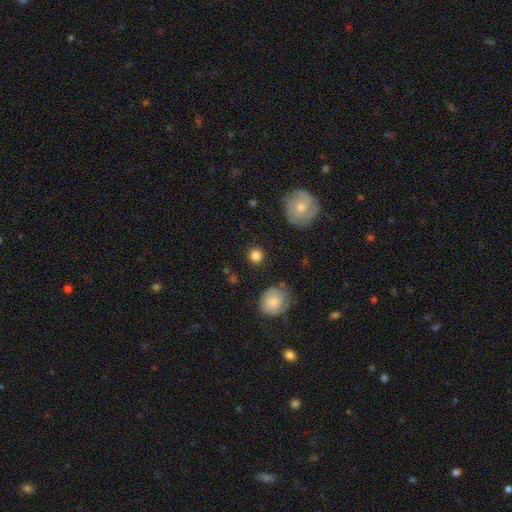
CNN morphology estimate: The model was most divided on "smooth or featured": smooth: 85%, star or artifact: 9%, featured or disk: 6%. More confident: how rounded — round (91%); merging — none (87%).